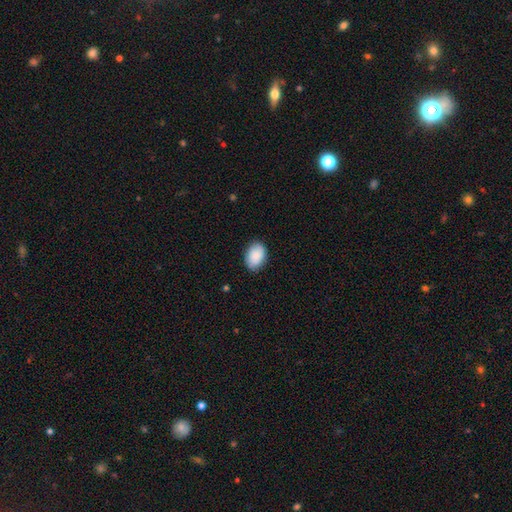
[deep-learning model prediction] Smooth or featured?
  - smooth: 89% *
  - star or artifact: 6%
  - featured or disk: 5%
How rounded?
  - in between: 84% *
  - round: 15%
  - cigar-shaped: 1%
Merging?
  - none: 85% *
  - minor disturbance: 12%
  - major disturbance: 2%
  - merger: 1%